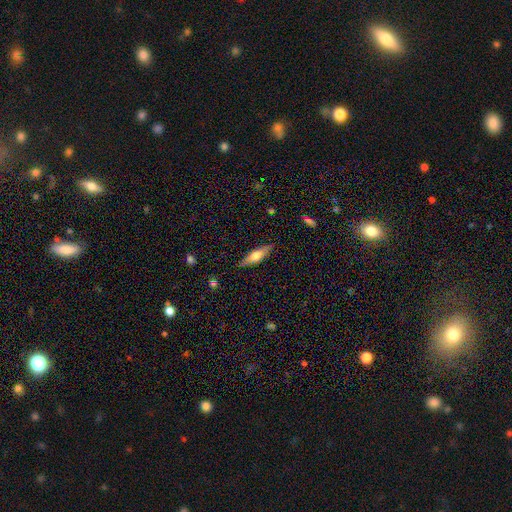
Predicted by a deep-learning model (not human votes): Overall: smooth (50%; featured or disk 44%). How rounded: cigar-shaped (61%; in between 36%). Merging: none (87%).